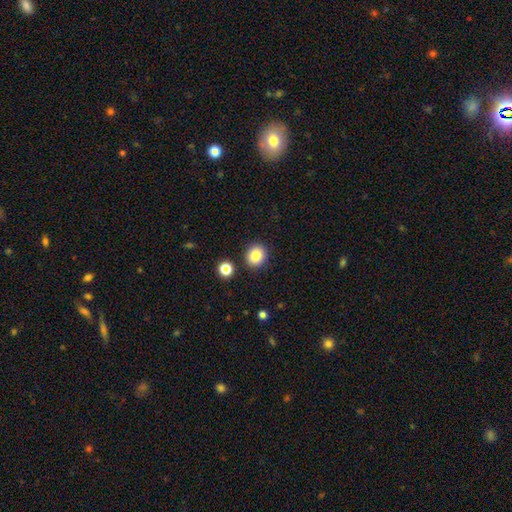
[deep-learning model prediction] Q: Smooth or featured?
A: smooth (86%); runner-up: star or artifact (10%)
Q: How rounded?
A: round (82%); runner-up: in between (17%)
Q: Merging?
A: none (87%); runner-up: minor disturbance (8%)